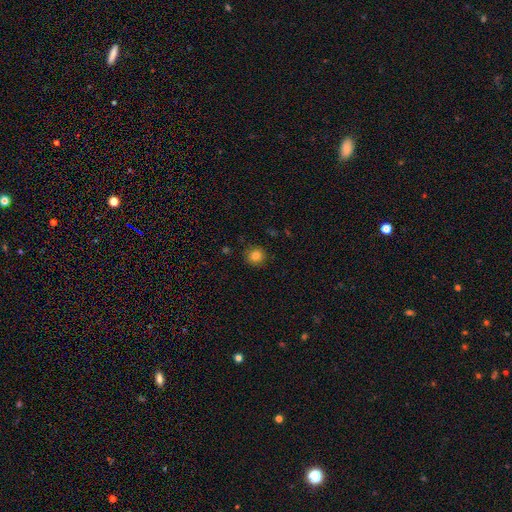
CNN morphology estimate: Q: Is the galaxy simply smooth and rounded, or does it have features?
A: smooth — 81%.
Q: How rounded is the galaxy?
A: round — 91%.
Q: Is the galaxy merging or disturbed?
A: none — 89%.